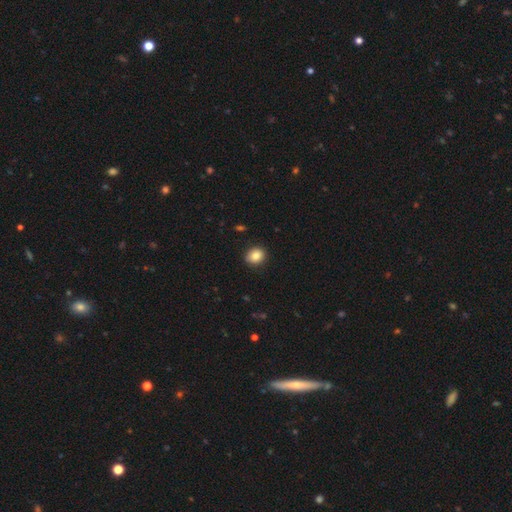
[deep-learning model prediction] smooth 84%, star or artifact 9%, featured or disk 6%. Down the decision tree: how rounded — round (71%); merging — none (88%).